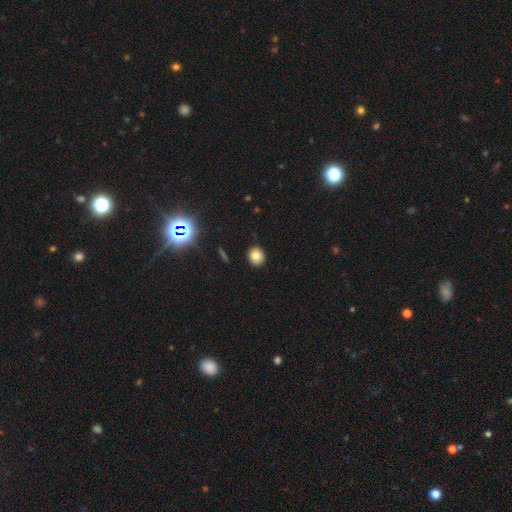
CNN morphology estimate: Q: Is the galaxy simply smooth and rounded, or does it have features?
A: smooth — 77%.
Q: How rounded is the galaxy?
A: round — 79%.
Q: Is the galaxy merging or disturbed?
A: none — 90%.